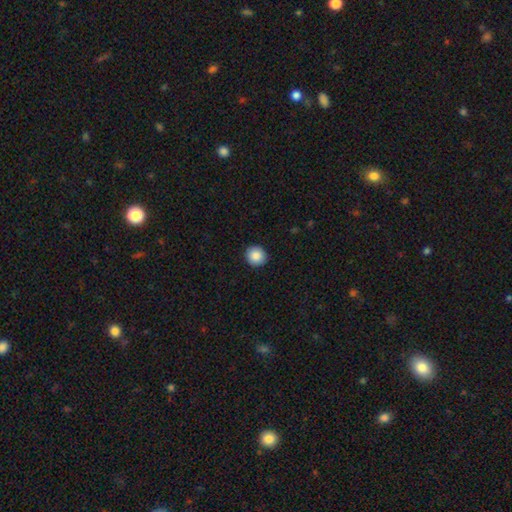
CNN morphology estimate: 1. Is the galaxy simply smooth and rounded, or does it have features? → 88% smooth, 8% star or artifact, 4% featured or disk.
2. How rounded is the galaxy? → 93% round, 6% in between, 1% cigar-shaped.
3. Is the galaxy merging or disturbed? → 92% none, 5% minor disturbance, 2% major disturbance, 1% merger.